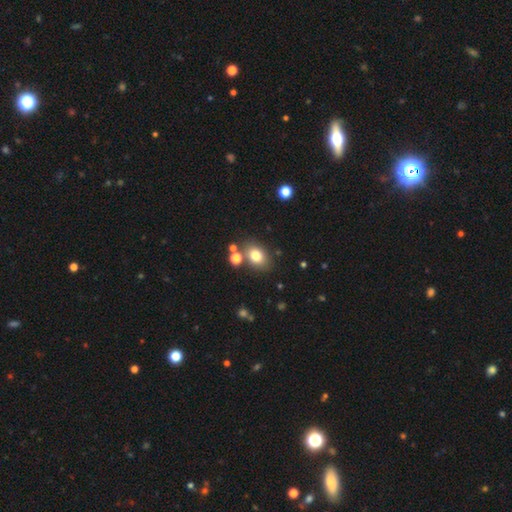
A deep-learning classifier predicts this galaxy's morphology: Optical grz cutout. It shows a smooth galaxy with no disk features (78%) that is in between round and cigar-shaped (65%). Merging: none (74%).